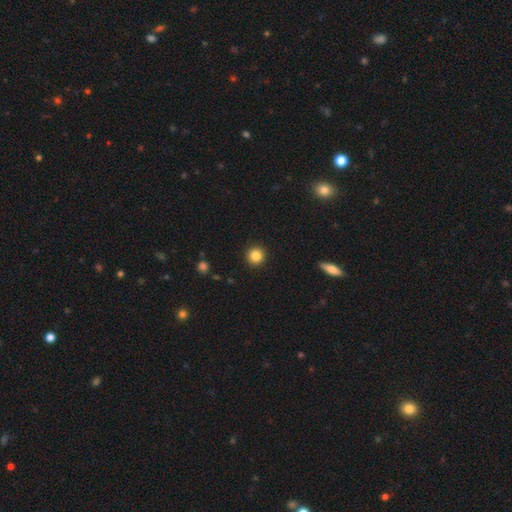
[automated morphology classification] This is clearly a smooth galaxy (85%). How rounded: clearly round (94%). Merging: clearly none (92%).